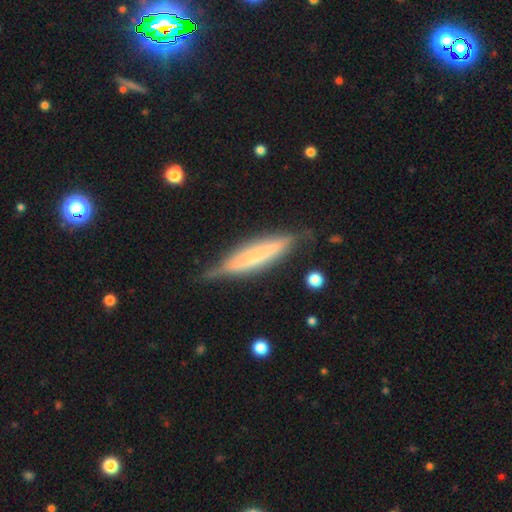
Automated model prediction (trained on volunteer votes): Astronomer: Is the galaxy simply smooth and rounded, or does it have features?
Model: featured or disk — 51% (runner-up: smooth, 43%).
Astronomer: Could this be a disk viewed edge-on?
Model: yes — 87%.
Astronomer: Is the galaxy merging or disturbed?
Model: none — 71%.